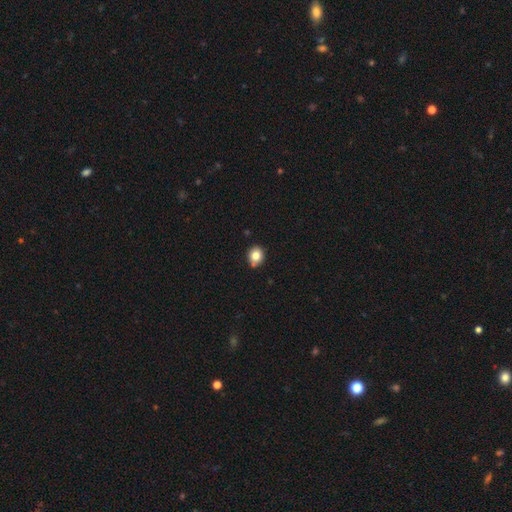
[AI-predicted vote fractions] Smooth or featured? smooth (81%)
How rounded? round (73%)
Merging? none (80%)